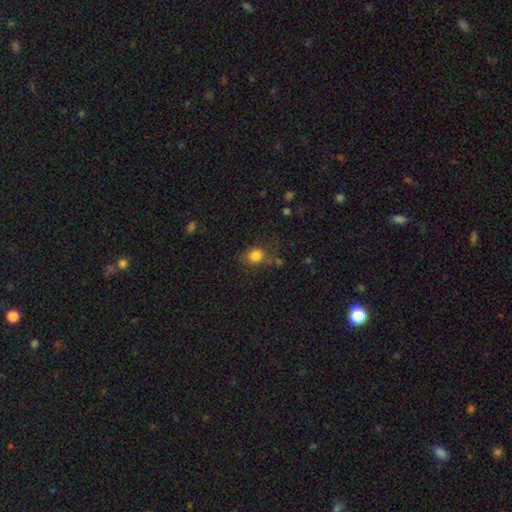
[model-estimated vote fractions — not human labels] Smooth or featured?
  - smooth: 83% *
  - star or artifact: 11%
  - featured or disk: 6%
How rounded?
  - round: 73% *
  - in between: 26%
  - cigar-shaped: 1%
Merging?
  - none: 73% *
  - minor disturbance: 17%
  - major disturbance: 6%
  - merger: 5%